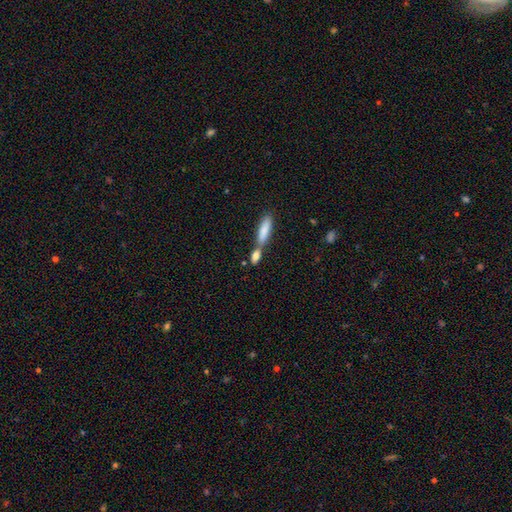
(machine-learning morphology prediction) Overall: smooth (79%). How rounded: in between (51%; cigar-shaped 44%). Merging: merger (55%; none 34%).